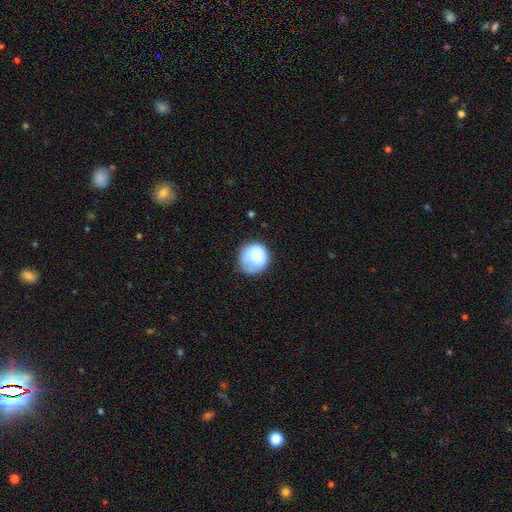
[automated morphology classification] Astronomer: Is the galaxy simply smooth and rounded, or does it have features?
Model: smooth — 84%.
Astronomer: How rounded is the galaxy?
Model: round — 89%.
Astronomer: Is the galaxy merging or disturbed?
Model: none — 65%.